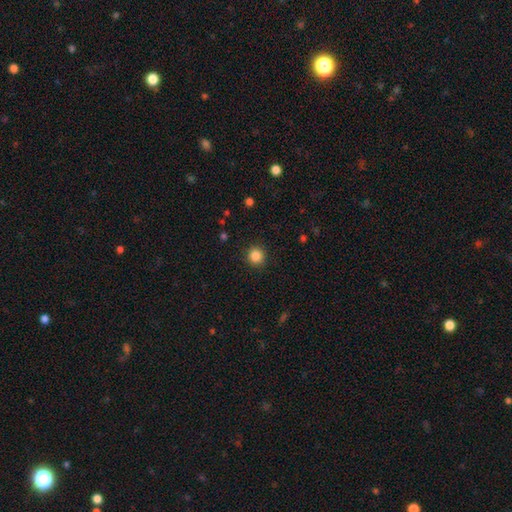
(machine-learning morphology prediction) Q: Smooth or featured?
A: smooth (86%); runner-up: star or artifact (11%)
Q: How rounded?
A: round (93%); runner-up: in between (6%)
Q: Merging?
A: none (91%); runner-up: minor disturbance (6%)